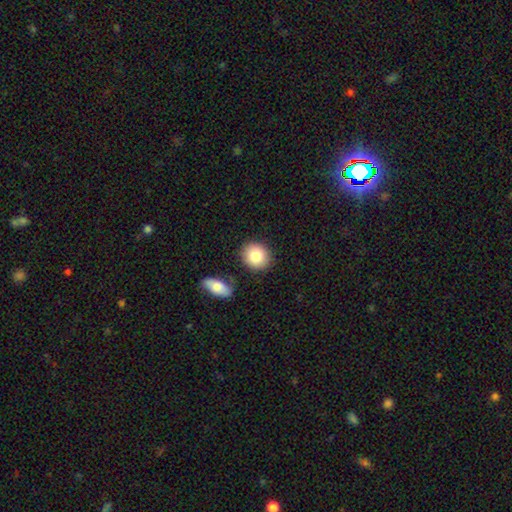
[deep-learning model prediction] Morphology: type=smooth (83%); roundness=round (73%); merging=none (84%).